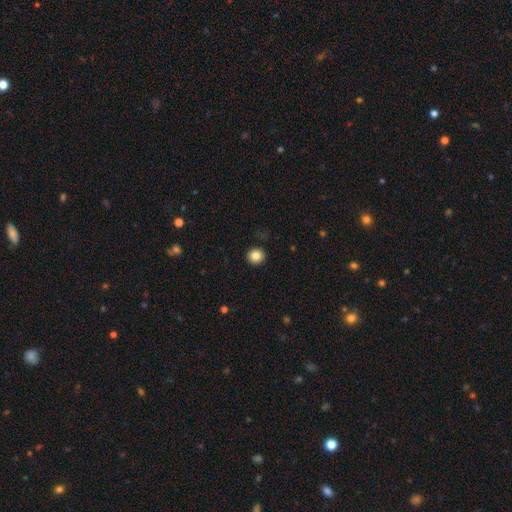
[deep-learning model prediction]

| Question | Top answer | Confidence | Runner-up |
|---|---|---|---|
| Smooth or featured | smooth | 84% | star or artifact (10%) |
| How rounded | round | 88% | in between (11%) |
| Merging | none | 92% | minor disturbance (5%) |